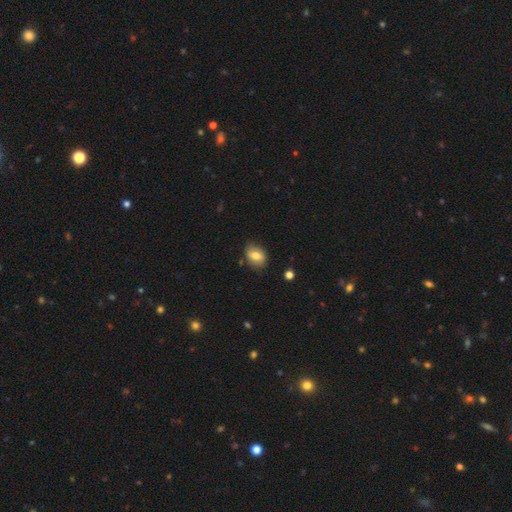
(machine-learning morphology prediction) smooth-or-featured: smooth: 75% | featured or disk: 17% | star or artifact: 8%
  how-rounded: in between: 69% | round: 30% | cigar-shaped: 1%
  merging: none: 80% | minor disturbance: 15% | major disturbance: 3% | merger: 2%